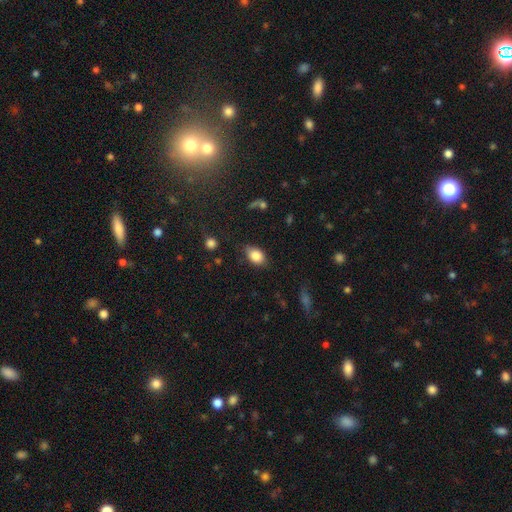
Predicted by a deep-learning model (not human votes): A smooth galaxy with no disk features (85%) that is in between round and cigar-shaped (81%).

Vote fractions:
- Smooth or featured? smooth: 85% / star or artifact: 8% / featured or disk: 7%
- How rounded? in between: 81% / round: 17% / cigar-shaped: 2%
- Merging? none: 70% / minor disturbance: 23% / major disturbance: 5% / merger: 2%